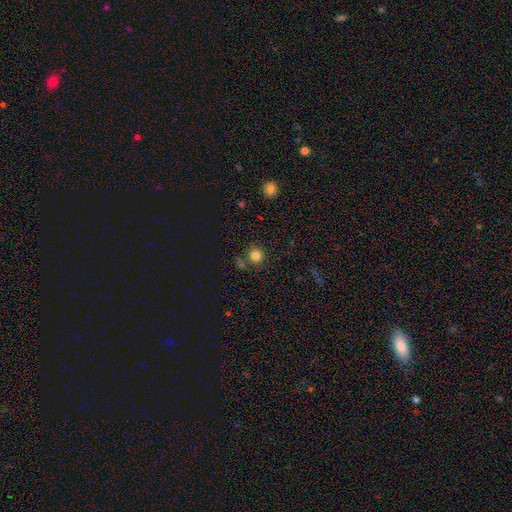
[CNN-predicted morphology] smooth 82%, star or artifact 12%, featured or disk 5%. Down the decision tree: how rounded — round (91%); merging — none (76%).